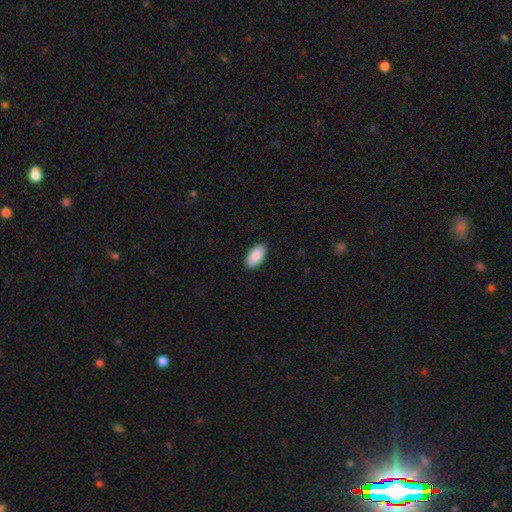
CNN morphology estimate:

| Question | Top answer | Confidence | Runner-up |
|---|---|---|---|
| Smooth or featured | smooth | 91% | star or artifact (6%) |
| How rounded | in between | 96% | cigar-shaped (2%) |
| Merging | none | 90% | minor disturbance (7%) |